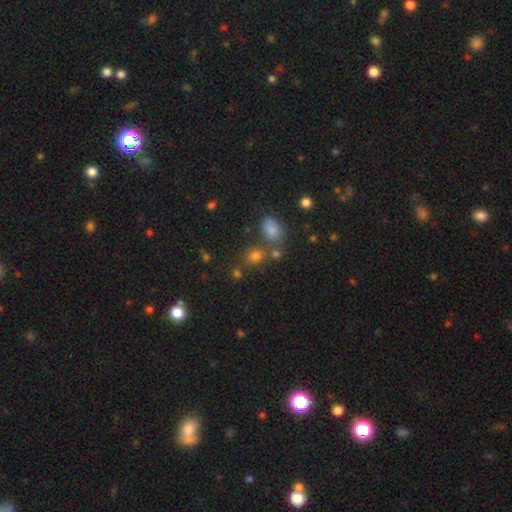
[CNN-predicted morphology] type=smooth (66%); roundness=round (64%); merging=none (66%).